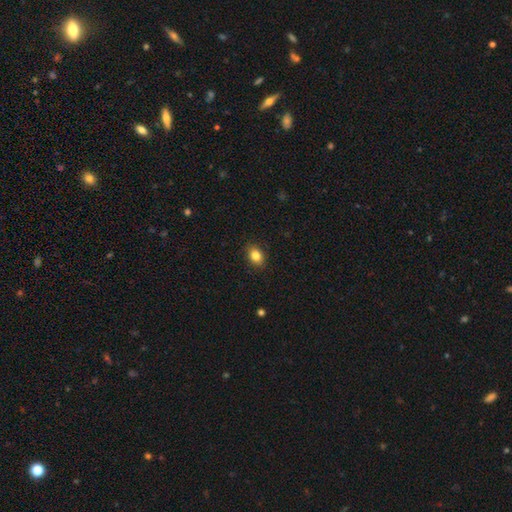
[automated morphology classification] type=smooth (84%); roundness=in between (75%); merging=none (89%).